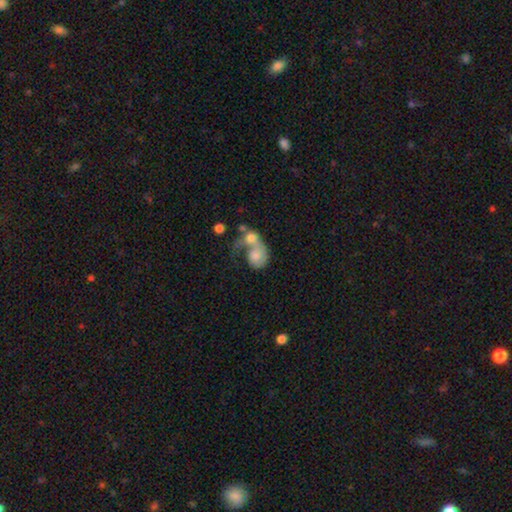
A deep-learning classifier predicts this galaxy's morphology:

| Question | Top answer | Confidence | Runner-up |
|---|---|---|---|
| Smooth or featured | smooth | 52% | featured or disk (40%) |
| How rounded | round | 53% | in between (45%) |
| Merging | merger | 64% | major disturbance (19%) |